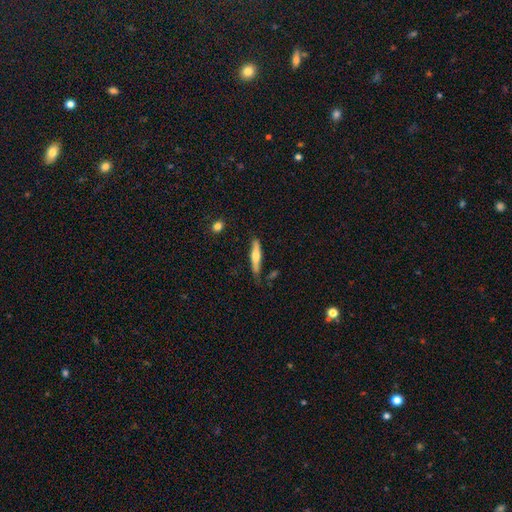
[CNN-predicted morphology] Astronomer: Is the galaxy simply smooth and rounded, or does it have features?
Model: smooth — 55% (runner-up: featured or disk, 39%).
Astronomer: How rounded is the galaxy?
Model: cigar-shaped — 85%.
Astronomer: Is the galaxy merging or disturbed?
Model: none — 74%.